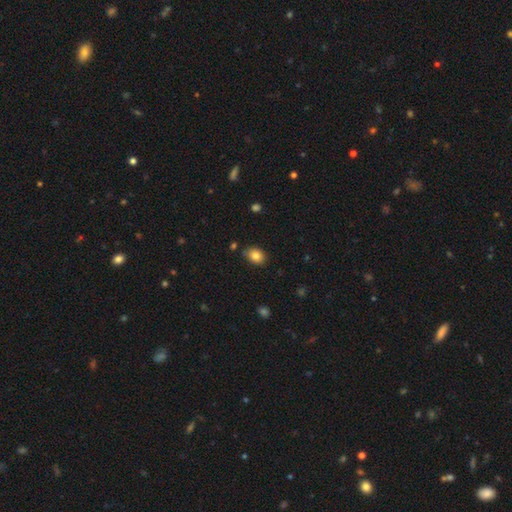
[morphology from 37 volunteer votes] Smooth or featured? smooth (84%)
How rounded? in between (68%)
Merging? none (77%)